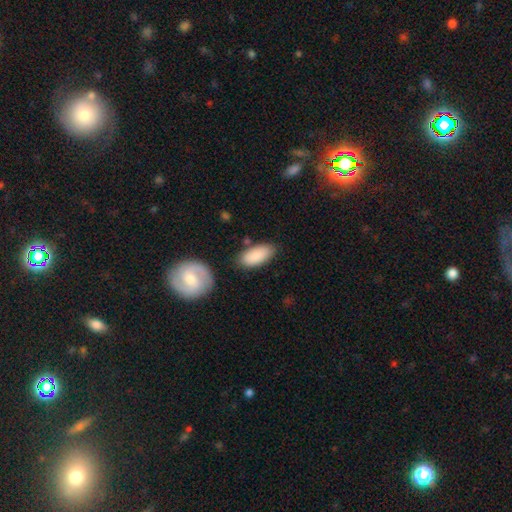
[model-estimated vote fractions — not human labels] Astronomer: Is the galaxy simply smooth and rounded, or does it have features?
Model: smooth — 86%.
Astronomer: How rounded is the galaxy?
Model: in between — 90%.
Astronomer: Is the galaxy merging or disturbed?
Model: none — 73%.